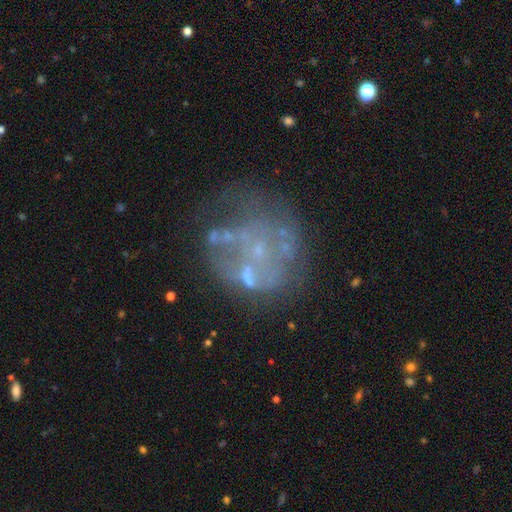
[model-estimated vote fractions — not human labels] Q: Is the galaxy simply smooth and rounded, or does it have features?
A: featured or disk — 64%.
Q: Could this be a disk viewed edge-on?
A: no — 98%.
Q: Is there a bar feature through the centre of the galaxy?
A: no — 92%.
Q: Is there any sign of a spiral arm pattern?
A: no — 91%.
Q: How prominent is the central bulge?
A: none — 62%.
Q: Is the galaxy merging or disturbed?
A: none — 50%.